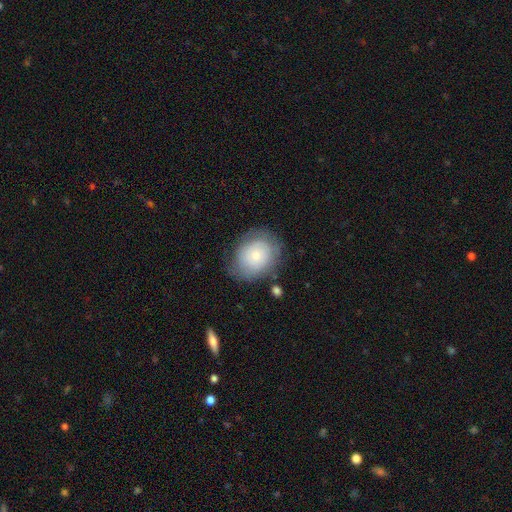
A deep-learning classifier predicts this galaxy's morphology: Q: Smooth or featured?
A: smooth (62%); runner-up: featured or disk (30%)
Q: How rounded?
A: round (60%); runner-up: in between (39%)
Q: Merging?
A: none (70%); runner-up: minor disturbance (20%)